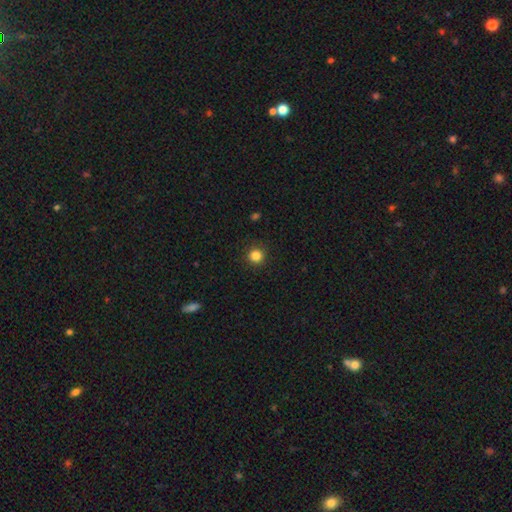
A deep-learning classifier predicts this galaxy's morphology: Smooth or featured? smooth (84%)
How rounded? round (94%)
Merging? none (91%)